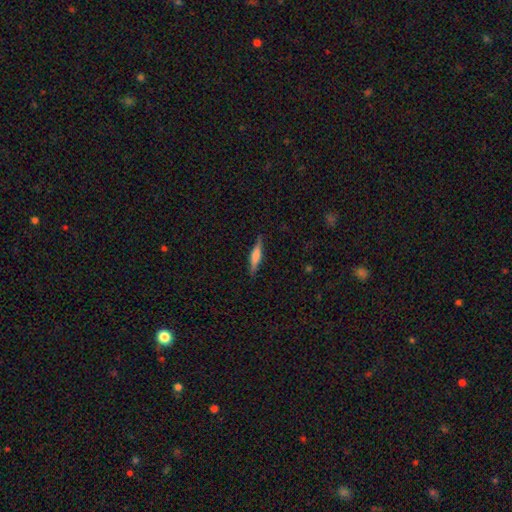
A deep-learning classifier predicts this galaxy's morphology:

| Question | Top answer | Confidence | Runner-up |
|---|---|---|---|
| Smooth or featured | smooth | 48% | featured or disk (46%) |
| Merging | none | 88% | minor disturbance (9%) |